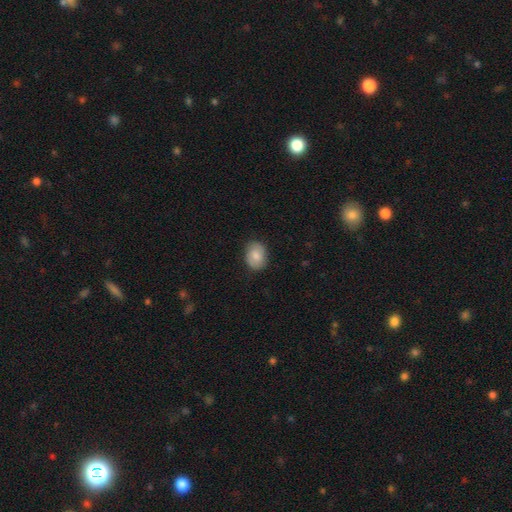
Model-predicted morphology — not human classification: smooth-or-featured: smooth: 76% | featured or disk: 17% | star or artifact: 7%
  how-rounded: in between: 65% | round: 34% | cigar-shaped: 1%
  merging: none: 83% | minor disturbance: 13% | major disturbance: 3% | merger: 1%